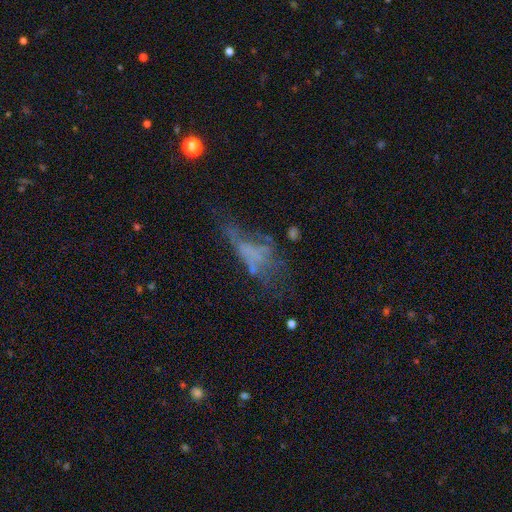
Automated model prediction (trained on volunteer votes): Morphology: type=featured or disk (47%); merging=major disturbance (41%).